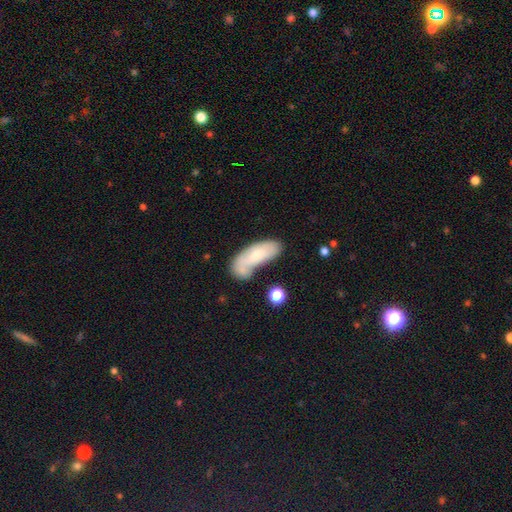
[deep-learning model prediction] A smooth galaxy with no disk features (64%) that is in between round and cigar-shaped (74%).

Vote fractions:
- Smooth or featured? smooth: 64% / featured or disk: 29% / star or artifact: 7%
- How rounded? in between: 74% / cigar-shaped: 23% / round: 3%
- Merging? none: 38% / minor disturbance: 25% / merger: 22% / major disturbance: 15%